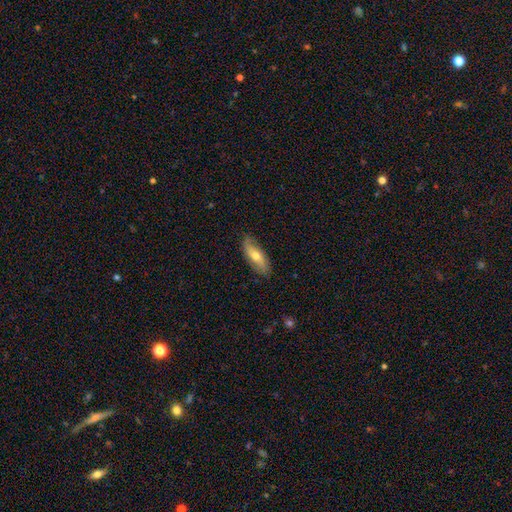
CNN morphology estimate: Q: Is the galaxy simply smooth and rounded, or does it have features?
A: smooth — 51%.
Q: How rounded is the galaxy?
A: in between — 64%.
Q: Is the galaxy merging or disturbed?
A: none — 81%.